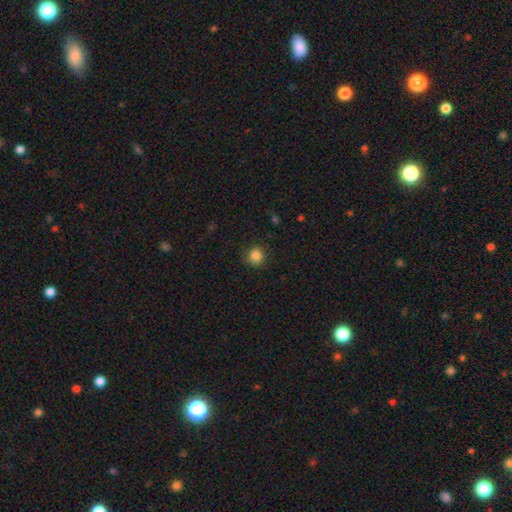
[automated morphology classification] Smooth or featured: smooth — 84% (star or artifact — 11%)
How rounded: round — 91% (in between — 8%)
Merging: none — 85% (minor disturbance — 11%)